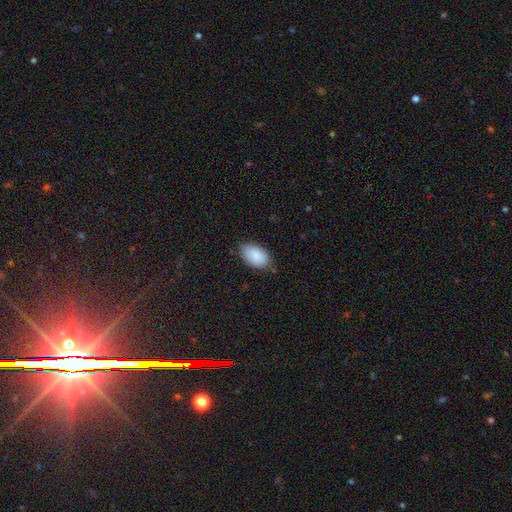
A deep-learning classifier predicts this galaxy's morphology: Overall: smooth (87%). How rounded: in between (94%). Merging: none (76%).